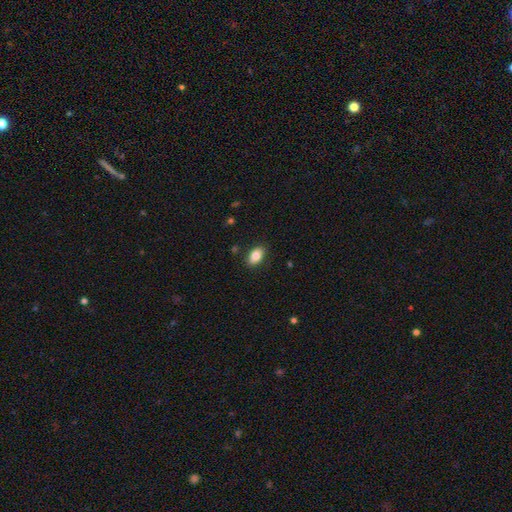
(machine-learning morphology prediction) This appears to be a smooth galaxy with no disk features (83%) that is in between round and cigar-shaped (90%). Merging: none (87%).